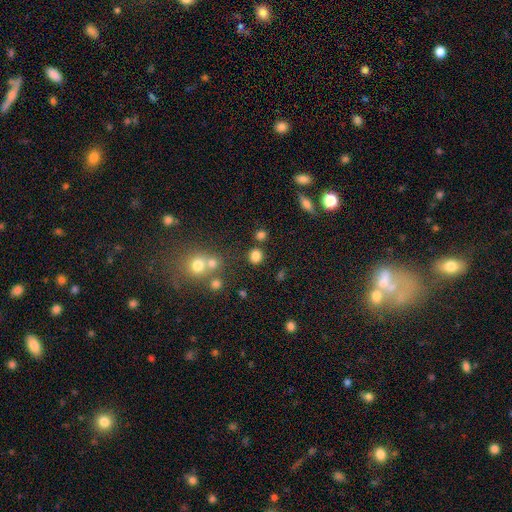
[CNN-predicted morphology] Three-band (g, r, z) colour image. It shows a smooth galaxy with no disk features (80%) that is round (84%). Merging: none (81%).